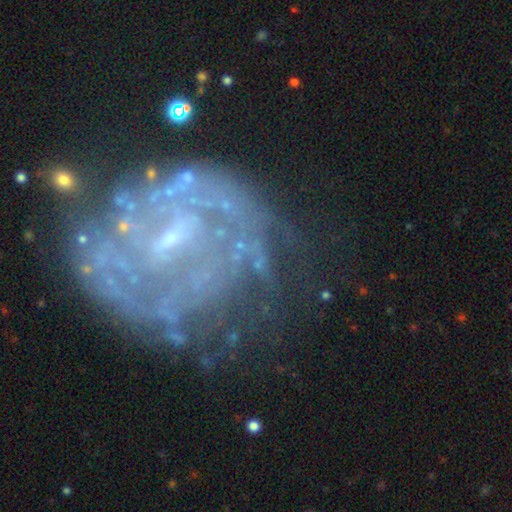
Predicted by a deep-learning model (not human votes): Smooth or featured? Predicted: featured or disk (p=0.70). Edge-on disk? Predicted: no (p=0.96). Bar? Predicted: weak (p=0.34). Spiral arms? Predicted: yes (p=0.77). Spiral winding? Predicted: tight (p=0.54). Spiral arm count? Predicted: can't tell (p=0.37). Bulge size? Predicted: small (p=0.62). Merging? Predicted: none (p=0.58).